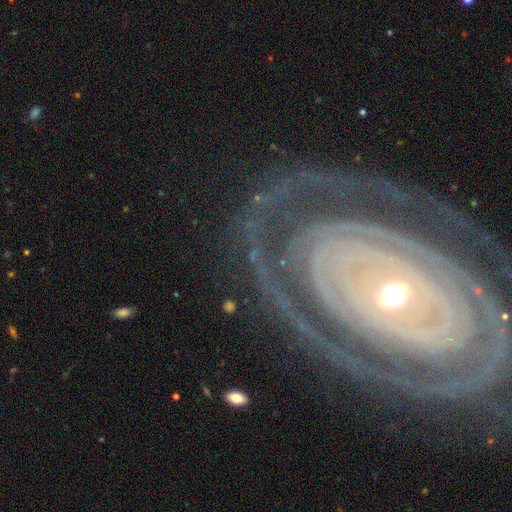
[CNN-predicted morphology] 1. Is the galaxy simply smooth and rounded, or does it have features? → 84% featured or disk, 8% star or artifact, 8% smooth.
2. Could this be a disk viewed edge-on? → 94% no, 6% yes.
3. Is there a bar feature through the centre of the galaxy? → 63% no, 19% strong, 18% weak.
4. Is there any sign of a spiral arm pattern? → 90% yes, 10% no.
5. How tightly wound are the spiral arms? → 79% tight, 16% medium, 5% loose.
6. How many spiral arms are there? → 35% 2, 24% can't tell, 14% 3, 9% 4, 9% 1, 9% more than 4.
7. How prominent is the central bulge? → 49% moderate, 40% small, 7% large, 2% dominant, 2% none.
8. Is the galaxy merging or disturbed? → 75% none, 13% minor disturbance, 10% major disturbance, 3% merger.